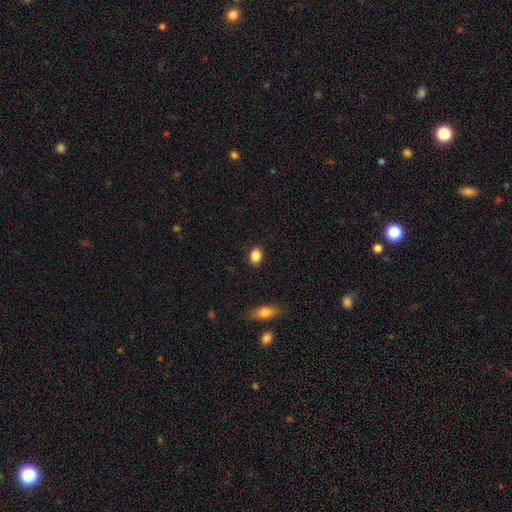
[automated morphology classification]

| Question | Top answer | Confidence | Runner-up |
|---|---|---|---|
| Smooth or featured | smooth | 86% | star or artifact (9%) |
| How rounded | in between | 64% | round (34%) |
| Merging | none | 88% | minor disturbance (8%) |